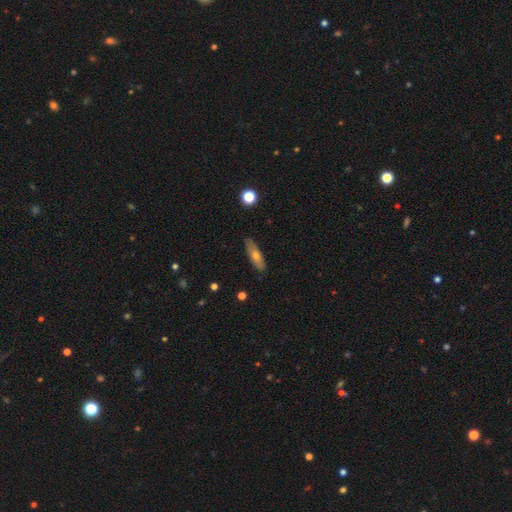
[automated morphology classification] Smooth or featured? smooth (59%)
How rounded? cigar-shaped (61%)
Merging? none (87%)